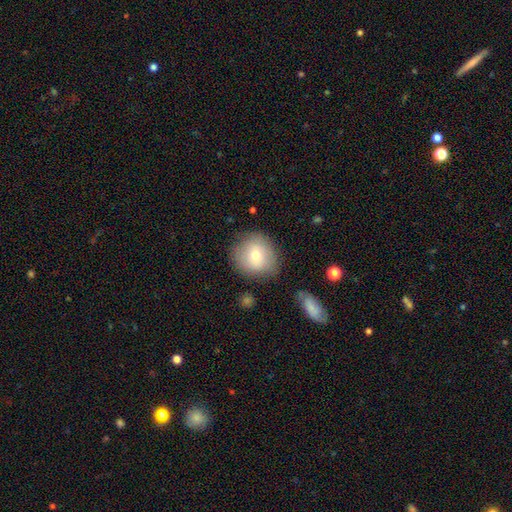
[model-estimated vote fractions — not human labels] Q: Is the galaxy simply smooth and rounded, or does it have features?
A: smooth — 71%.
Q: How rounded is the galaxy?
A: round — 86%.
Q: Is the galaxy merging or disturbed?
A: none — 78%.